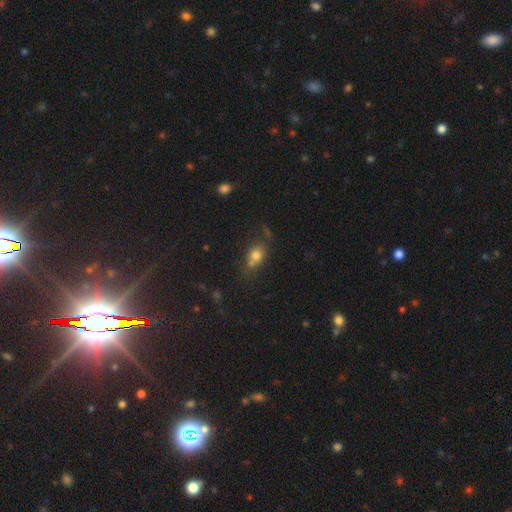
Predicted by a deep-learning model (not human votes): Smooth or featured?
  - smooth: 73% *
  - featured or disk: 14%
  - star or artifact: 13%
How rounded?
  - in between: 53% *
  - round: 44%
  - cigar-shaped: 3%
Merging?
  - none: 46% *
  - merger: 26%
  - minor disturbance: 19%
  - major disturbance: 9%